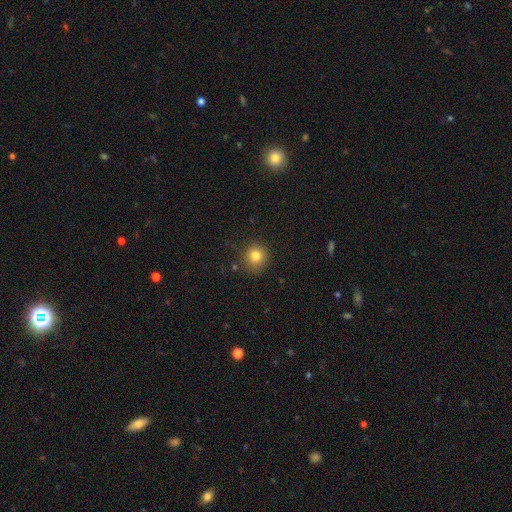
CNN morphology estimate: This appears to be a smooth galaxy with no disk features (81%) that is round (90%). Merging: none (85%).